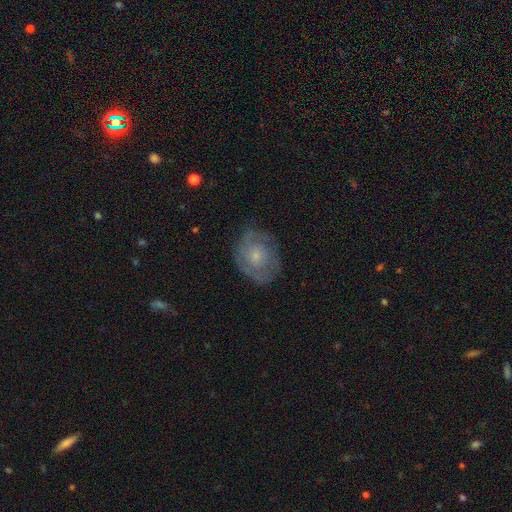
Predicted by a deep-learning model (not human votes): Overall: featured or disk (65%; smooth 28%). Edge-on disk: no (97%). Bar: no (82%). Spiral arms: yes (82%). Spiral arm count: can't tell (38%; 2 37%). Spiral winding: tight (62%; medium 29%). Bulge size: small (67%). Merging: none (74%).